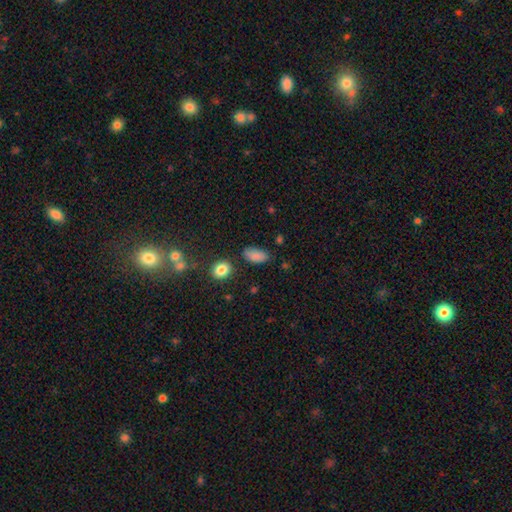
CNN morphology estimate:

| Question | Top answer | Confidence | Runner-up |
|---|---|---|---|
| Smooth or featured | smooth | 85% | star or artifact (9%) |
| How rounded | in between | 92% | round (4%) |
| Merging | none | 77% | minor disturbance (16%) |